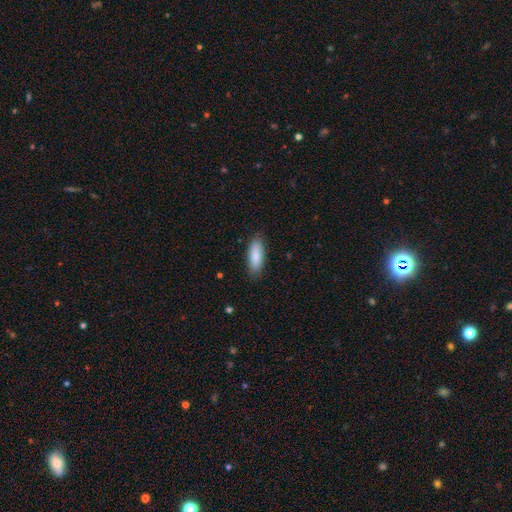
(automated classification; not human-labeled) smooth 87%, featured or disk 8%, star or artifact 6%. Down the decision tree: how rounded — in between (72%); merging — none (85%).